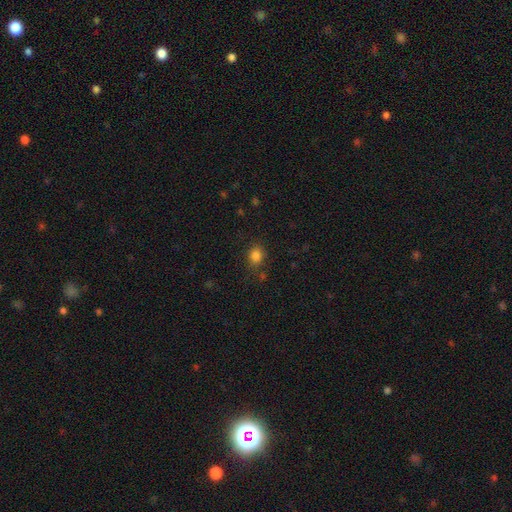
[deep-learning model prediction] The model was most divided on "how rounded": round: 62%, in between: 37%, cigar-shaped: 1%. More confident: smooth or featured — smooth (83%); merging — none (79%).